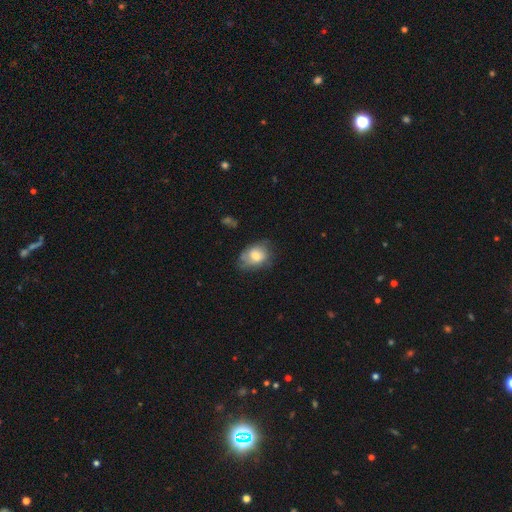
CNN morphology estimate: This appears to be a smooth galaxy with no disk features (63%) that is in between round and cigar-shaped (70%). Merging: none (58%).